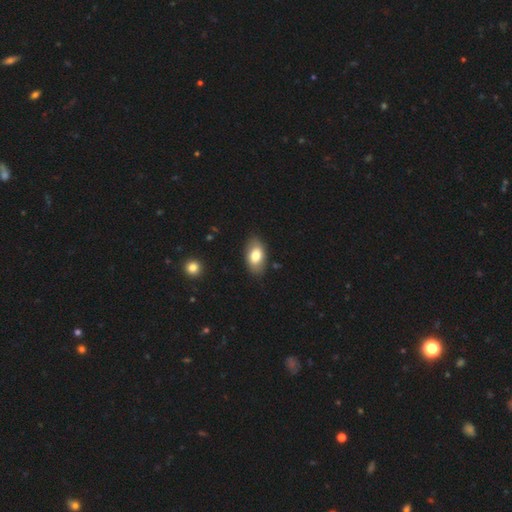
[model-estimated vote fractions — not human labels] A smooth galaxy with no disk features (77%) that is in between round and cigar-shaped (93%). Merging: none (85%).